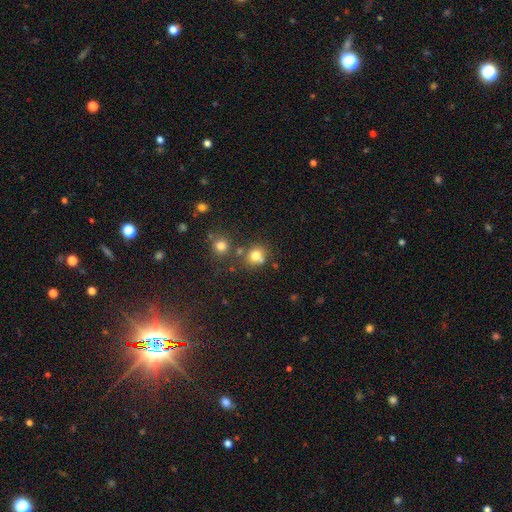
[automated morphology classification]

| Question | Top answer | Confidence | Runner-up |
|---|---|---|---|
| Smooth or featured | smooth | 76% | star or artifact (15%) |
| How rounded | round | 78% | in between (21%) |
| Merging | none | 61% | merger (22%) |